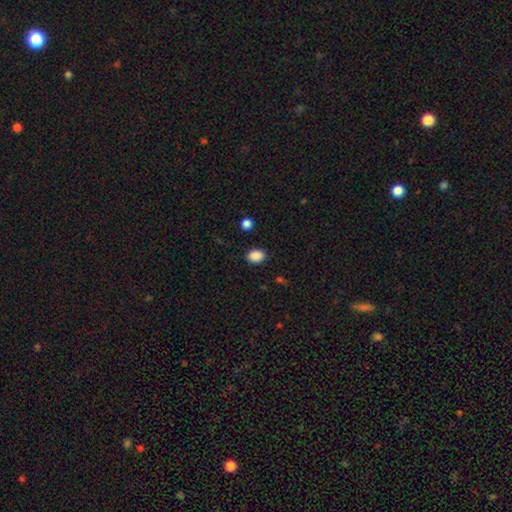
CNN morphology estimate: smooth-or-featured: smooth: 89% | star or artifact: 9% | featured or disk: 3%
  how-rounded: in between: 74% | round: 24% | cigar-shaped: 1%
  merging: none: 88% | minor disturbance: 8% | major disturbance: 2% | merger: 1%